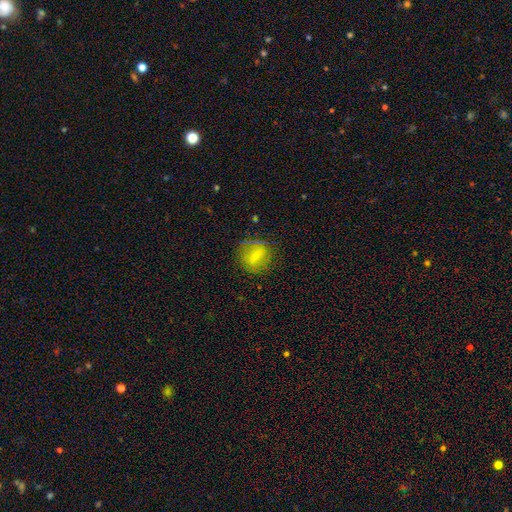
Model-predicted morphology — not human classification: A smooth galaxy with no disk features (50%). Merging: none (73%).